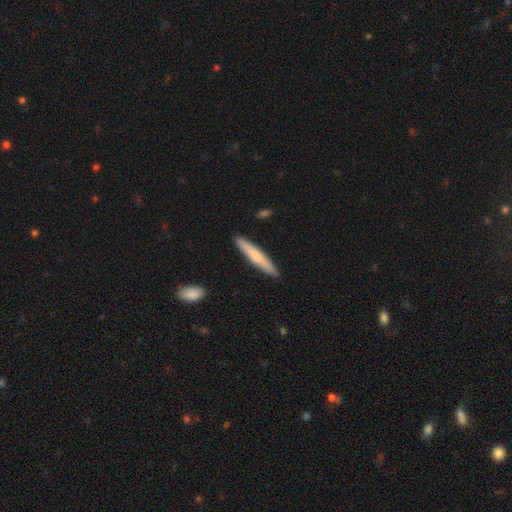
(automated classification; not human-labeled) smooth-or-featured: smooth: 65% | featured or disk: 30% | star or artifact: 5%
  how-rounded: cigar-shaped: 93% | in between: 6% | round: 1%
  merging: none: 91% | minor disturbance: 6% | merger: 1% | major disturbance: 1%